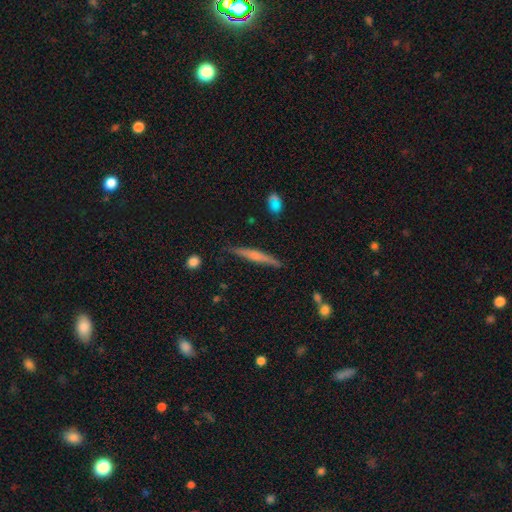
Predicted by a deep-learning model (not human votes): Smooth or featured?
  - featured or disk: 53% *
  - smooth: 40%
  - star or artifact: 7%
Edge-on disk?
  - yes: 96% *
  - no: 4%
Edge-on bulge?
  - rounded: 61% *
  - none: 29%
  - boxy: 10%
Merging?
  - none: 86% *
  - minor disturbance: 11%
  - major disturbance: 2%
  - merger: 2%